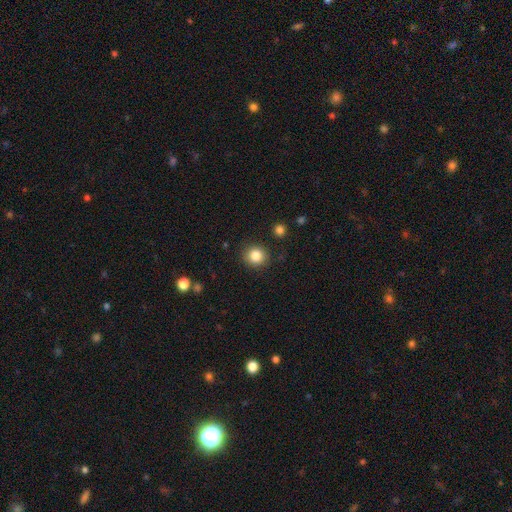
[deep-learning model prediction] Smooth or featured? smooth (84%)
How rounded? round (89%)
Merging? none (89%)